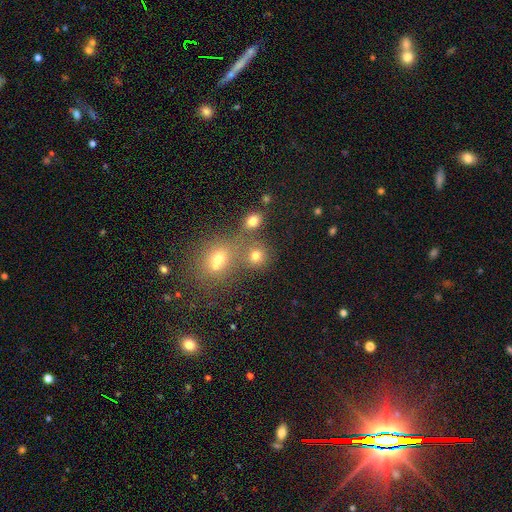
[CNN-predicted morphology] A smooth galaxy with no disk features (74%) that is round (82%).

Vote fractions:
- Smooth or featured? smooth: 74% / star or artifact: 17% / featured or disk: 9%
- How rounded? round: 82% / in between: 17% / cigar-shaped: 1%
- Merging? none: 60% / merger: 27% / minor disturbance: 8% / major disturbance: 4%